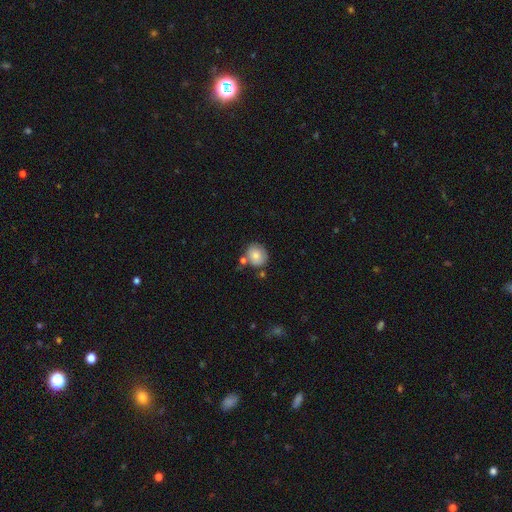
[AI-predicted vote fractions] A smooth galaxy with no disk features (80%) that is round (76%).

Vote fractions:
- Smooth or featured? smooth: 80% / featured or disk: 12% / star or artifact: 8%
- How rounded? round: 76% / in between: 23% / cigar-shaped: 1%
- Merging? none: 66% / minor disturbance: 17% / merger: 13% / major disturbance: 4%